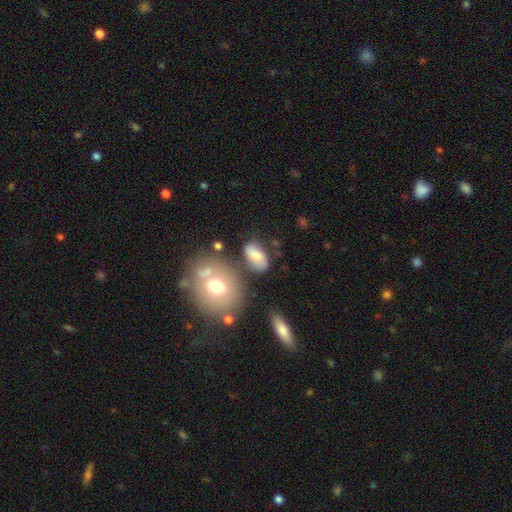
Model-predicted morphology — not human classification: smooth-or-featured: smooth: 69% | featured or disk: 21% | star or artifact: 9%
  how-rounded: in between: 88% | round: 8% | cigar-shaped: 4%
  merging: none: 64% | minor disturbance: 20% | merger: 8% | major disturbance: 7%